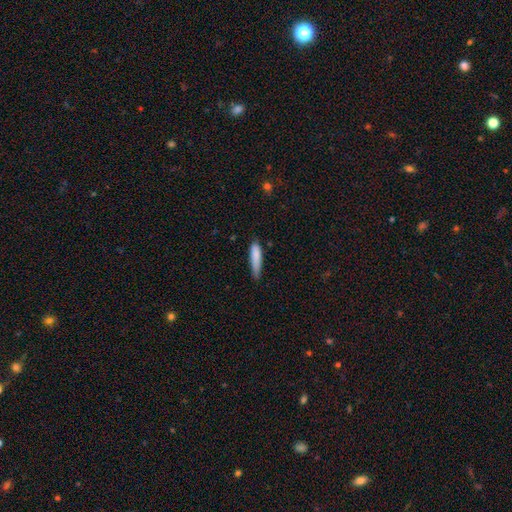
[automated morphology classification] smooth_or_featured: smooth (p=0.82) [alt: featured or disk p=0.12]
how_rounded: cigar-shaped (p=0.80) [alt: in between p=0.19]
merging: none (p=0.58) [alt: minor disturbance p=0.34]